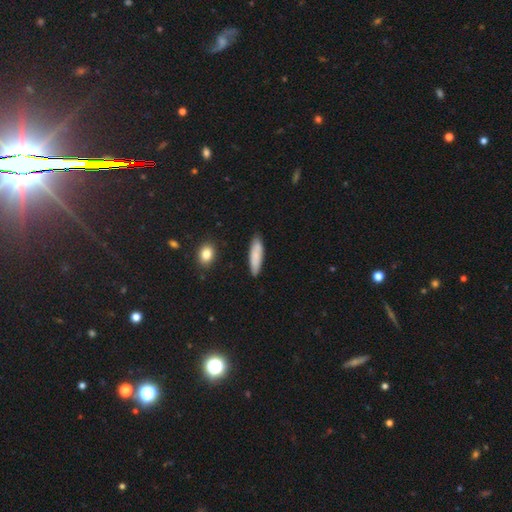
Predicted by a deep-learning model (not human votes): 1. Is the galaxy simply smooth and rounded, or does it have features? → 80% smooth, 14% featured or disk, 6% star or artifact.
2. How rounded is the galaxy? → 65% cigar-shaped, 33% in between, 2% round.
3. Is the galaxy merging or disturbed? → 83% none, 13% minor disturbance, 2% major disturbance, 2% merger.